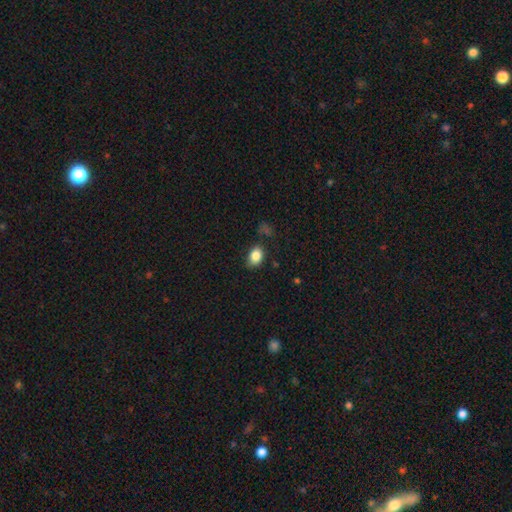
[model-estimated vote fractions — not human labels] Overall: smooth (85%). How rounded: in between (76%). Merging: none (75%).